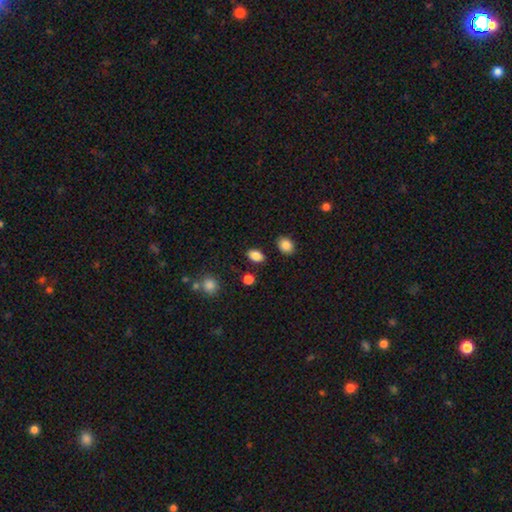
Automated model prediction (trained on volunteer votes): Smooth or featured: smooth — 87% (star or artifact — 9%)
How rounded: in between — 83% (round — 15%)
Merging: none — 85% (minor disturbance — 9%)